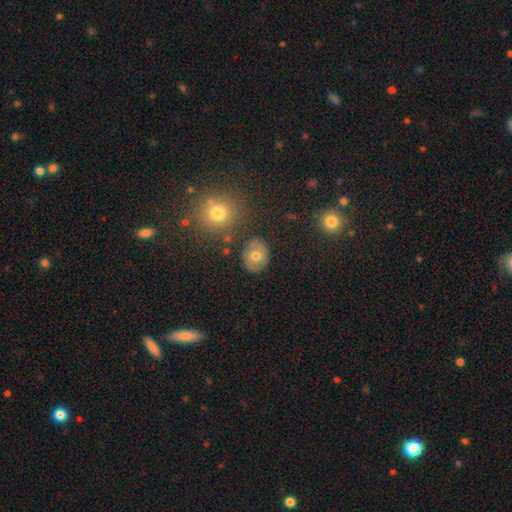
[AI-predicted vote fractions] The model was most divided on "how rounded": round: 57%, in between: 42%, cigar-shaped: 1%. More confident: merging — none (81%); smooth or featured — smooth (61%).